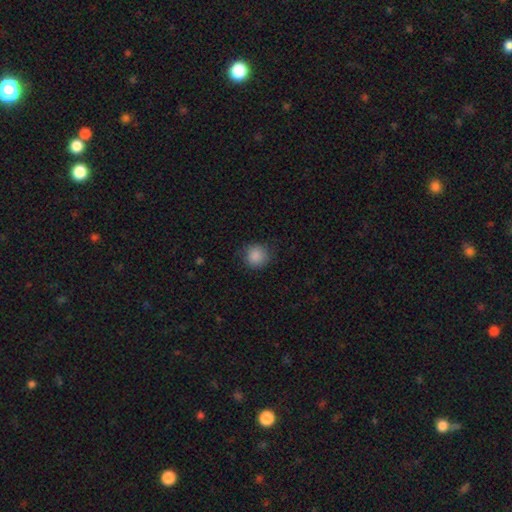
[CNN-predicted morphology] The model was most divided on "merging": none: 85%, minor disturbance: 11%, major disturbance: 3%, merger: 1%. More confident: how rounded — round (92%); smooth or featured — smooth (88%).